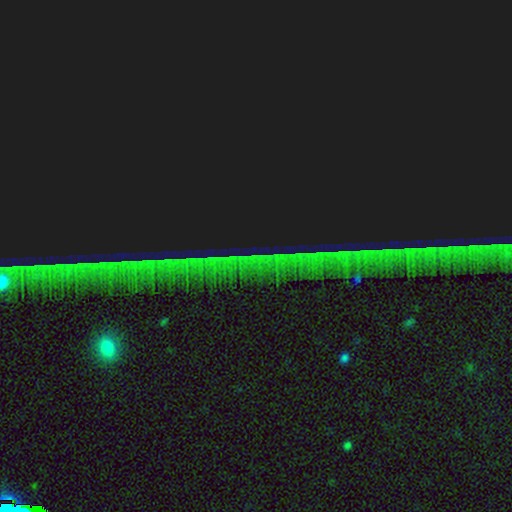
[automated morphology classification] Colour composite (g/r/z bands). It shows a star or artifact, not a galaxy (84%).